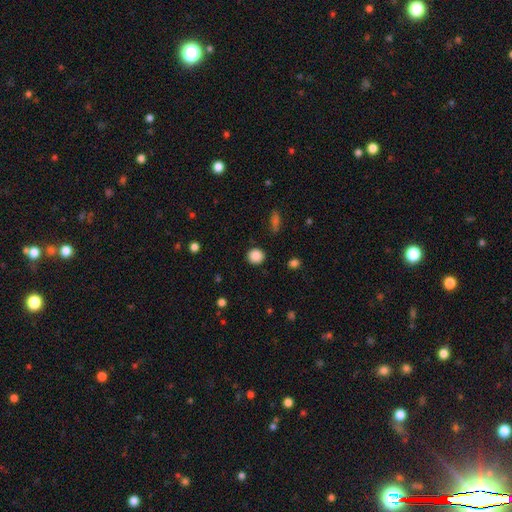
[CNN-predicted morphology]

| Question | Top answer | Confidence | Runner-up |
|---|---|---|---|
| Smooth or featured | smooth | 87% | star or artifact (10%) |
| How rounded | round | 90% | in between (9%) |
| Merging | none | 90% | minor disturbance (6%) |